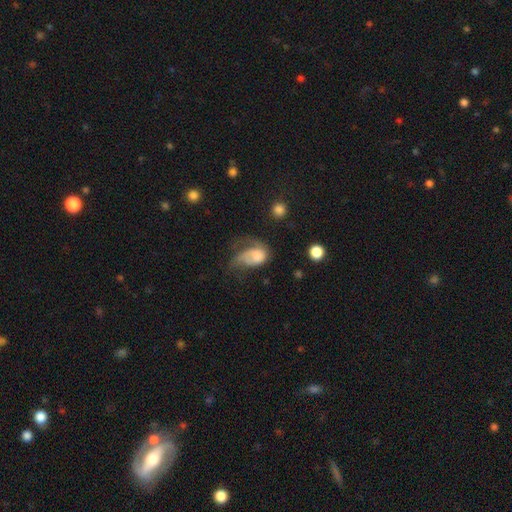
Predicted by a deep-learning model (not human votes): Overall: smooth (51%; featured or disk 41%). How rounded: in between (77%). Merging: major disturbance (58%; minor disturbance 19%).